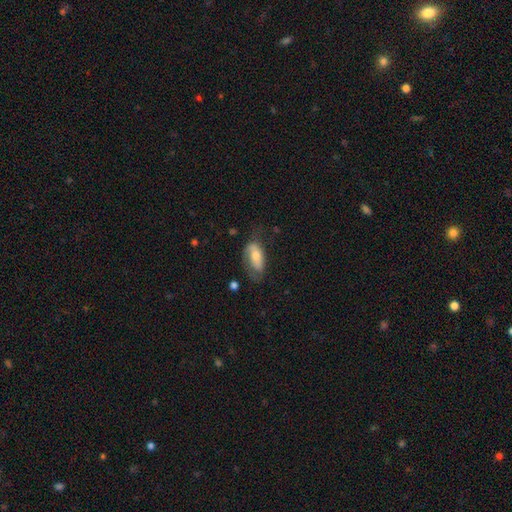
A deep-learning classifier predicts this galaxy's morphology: Smooth or featured: smooth — 53% (featured or disk — 40%)
How rounded: in between — 87% (cigar-shaped — 10%)
Merging: none — 51% (minor disturbance — 30%)